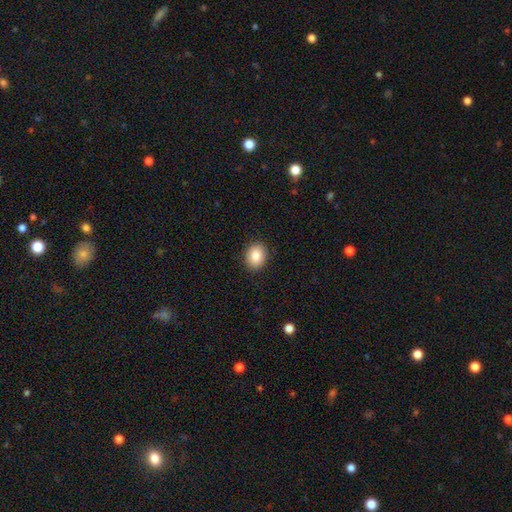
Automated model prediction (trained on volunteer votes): smooth-or-featured: smooth: 85% | star or artifact: 8% | featured or disk: 7%
  how-rounded: round: 52% | in between: 47% | cigar-shaped: 1%
  merging: none: 90% | minor disturbance: 7% | major disturbance: 2% | merger: 1%